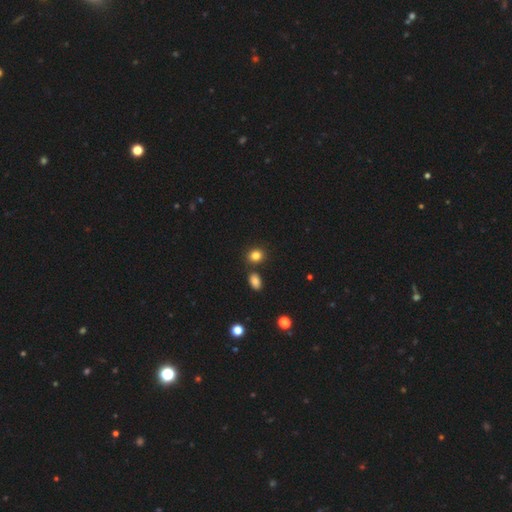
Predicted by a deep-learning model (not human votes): This appears to be a smooth galaxy with no disk features (83%) that is round (64%). Merging: none (77%).